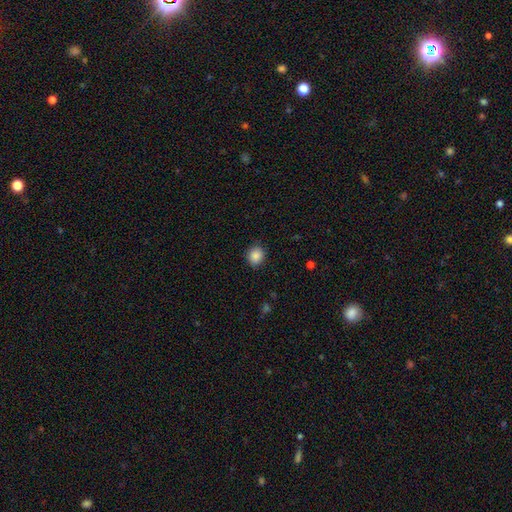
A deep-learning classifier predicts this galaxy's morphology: A smooth galaxy with no disk features (87%) that is round (75%).

Vote fractions:
- Smooth or featured? smooth: 87% / star or artifact: 9% / featured or disk: 4%
- How rounded? round: 75% / in between: 24% / cigar-shaped: 1%
- Merging? none: 87% / minor disturbance: 9% / major disturbance: 2% / merger: 1%